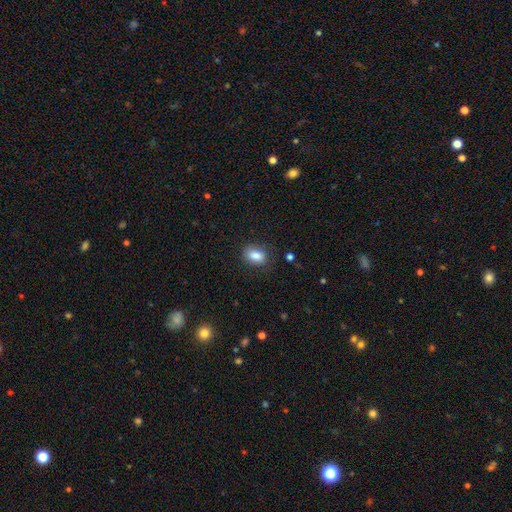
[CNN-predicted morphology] smooth 85%, star or artifact 8%, featured or disk 6%. Down the decision tree: how rounded — in between (80%); merging — none (78%).